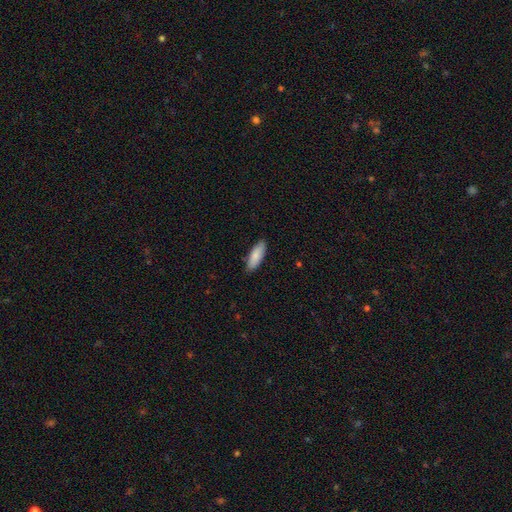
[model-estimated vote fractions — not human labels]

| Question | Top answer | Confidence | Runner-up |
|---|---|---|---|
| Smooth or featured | smooth | 85% | featured or disk (10%) |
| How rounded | in between | 64% | cigar-shaped (34%) |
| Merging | none | 85% | minor disturbance (12%) |